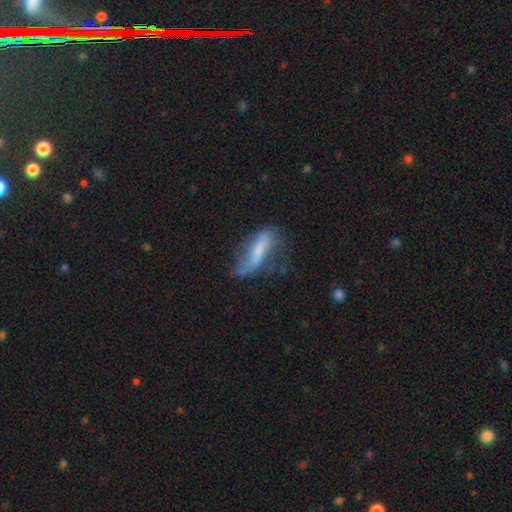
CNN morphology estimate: Smooth or featured?
  - smooth: 50% *
  - featured or disk: 42%
  - star or artifact: 8%
How rounded?
  - cigar-shaped: 57% *
  - in between: 41%
  - round: 3%
Merging?
  - none: 40% *
  - minor disturbance: 31%
  - major disturbance: 26%
  - merger: 4%